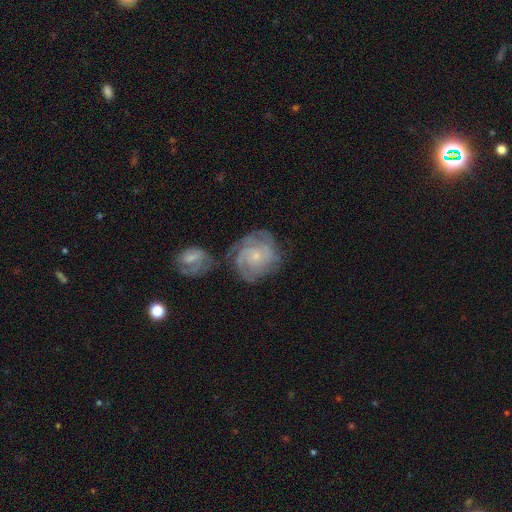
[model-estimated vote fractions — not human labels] Overall: featured or disk (81%). Edge-on disk: no (98%). Bar: no (76%). Spiral arms: yes (95%). Spiral arm count: 3 (28%; can't tell 27%). Spiral winding: tight (67%; medium 27%). Bulge size: small (77%). Merging: none (54%; merger 19%).